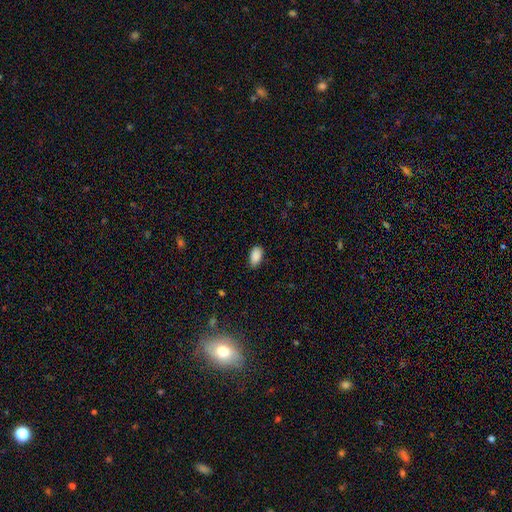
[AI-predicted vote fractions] A smooth galaxy with no disk features (90%) that is in between round and cigar-shaped (94%).

Vote fractions:
- Smooth or featured? smooth: 90% / star or artifact: 7% / featured or disk: 3%
- How rounded? in between: 94% / round: 4% / cigar-shaped: 2%
- Merging? none: 81% / minor disturbance: 15% / major disturbance: 3% / merger: 1%